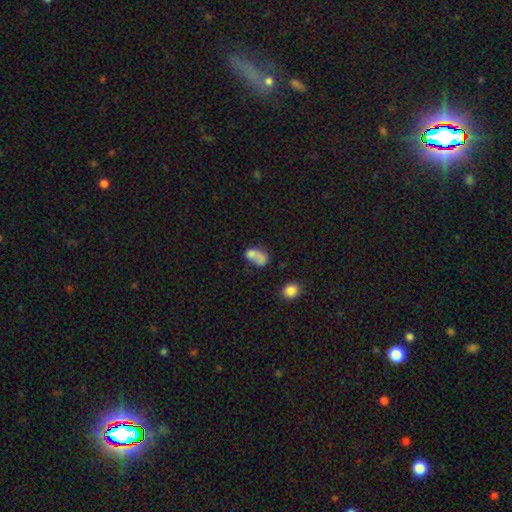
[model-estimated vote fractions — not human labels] smooth_or_featured: smooth (p=0.68) [alt: featured or disk p=0.20]
how_rounded: in between (p=0.76) [alt: round p=0.22]
merging: merger (p=0.37) [alt: none p=0.27]